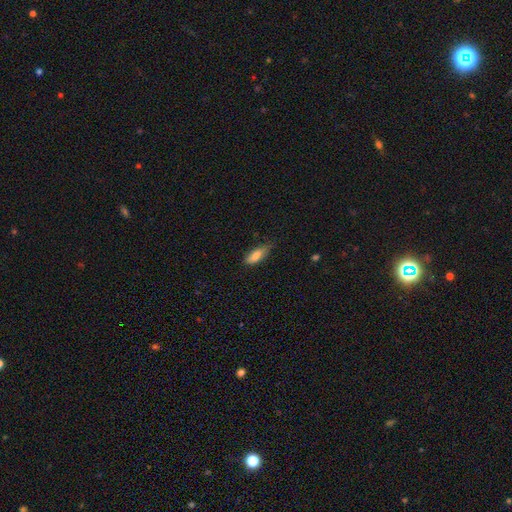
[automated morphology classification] smooth-or-featured: smooth: 81% | featured or disk: 12% | star or artifact: 7%
  how-rounded: in between: 67% | cigar-shaped: 31% | round: 2%
  merging: none: 55% | minor disturbance: 36% | major disturbance: 8% | merger: 2%